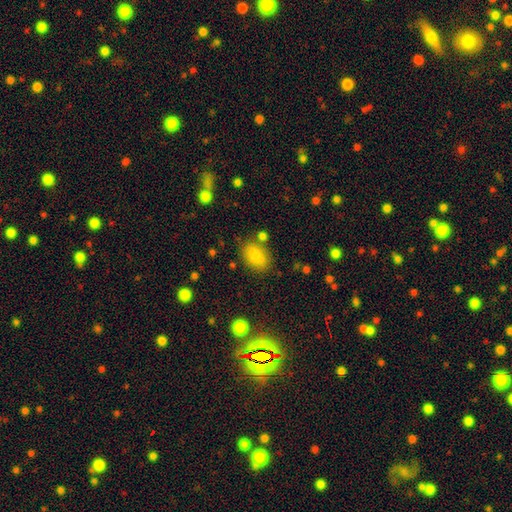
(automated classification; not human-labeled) Smooth or featured? smooth (85%)
How rounded? in between (86%)
Merging? none (78%)